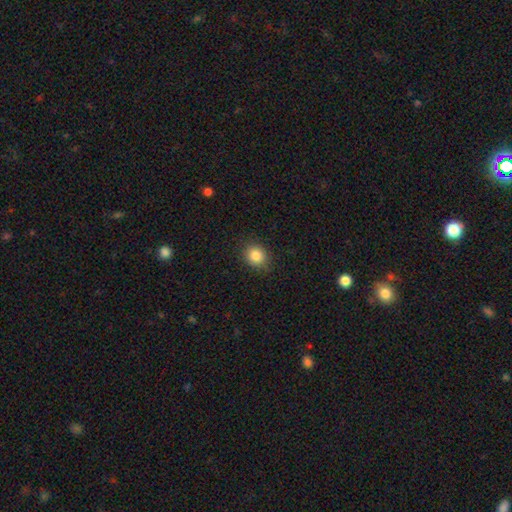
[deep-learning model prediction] Smooth or featured?
  - smooth: 85% *
  - star or artifact: 10%
  - featured or disk: 5%
How rounded?
  - round: 76% *
  - in between: 23%
  - cigar-shaped: 1%
Merging?
  - none: 87% *
  - minor disturbance: 9%
  - major disturbance: 3%
  - merger: 1%